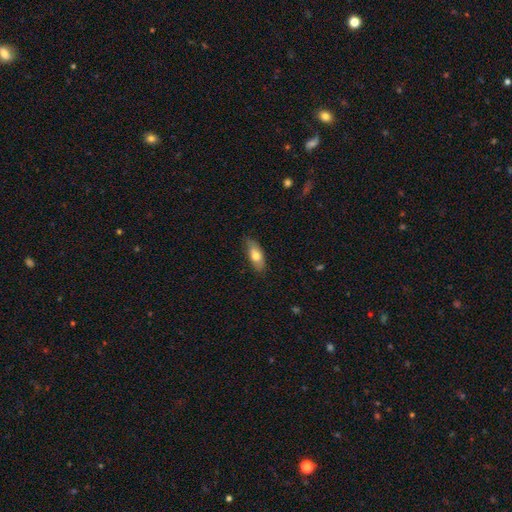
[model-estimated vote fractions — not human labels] This appears to be a smooth galaxy with no disk features (73%) that is in between round and cigar-shaped (73%). Merging: none (80%).